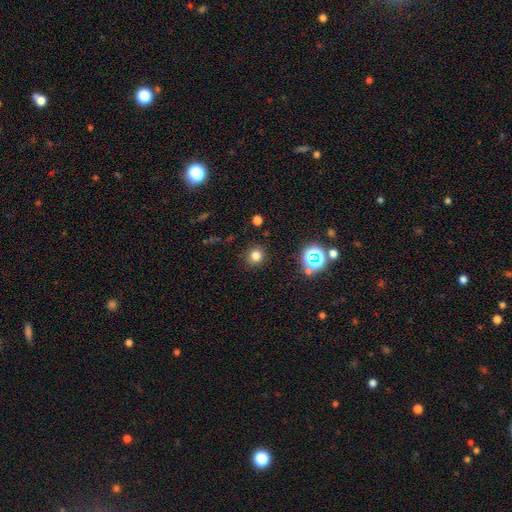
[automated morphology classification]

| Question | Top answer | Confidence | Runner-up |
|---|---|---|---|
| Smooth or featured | smooth | 76% | star or artifact (18%) |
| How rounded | round | 87% | in between (12%) |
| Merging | none | 88% | minor disturbance (7%) |